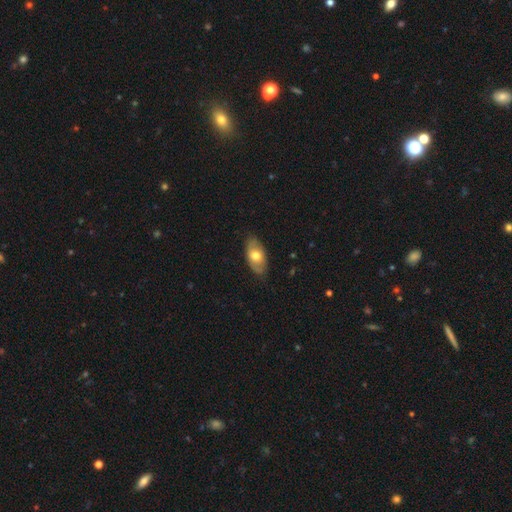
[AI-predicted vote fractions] Smooth or featured? Predicted: smooth (p=0.63). How rounded? Predicted: in between (p=0.92). Merging? Predicted: none (p=0.79).